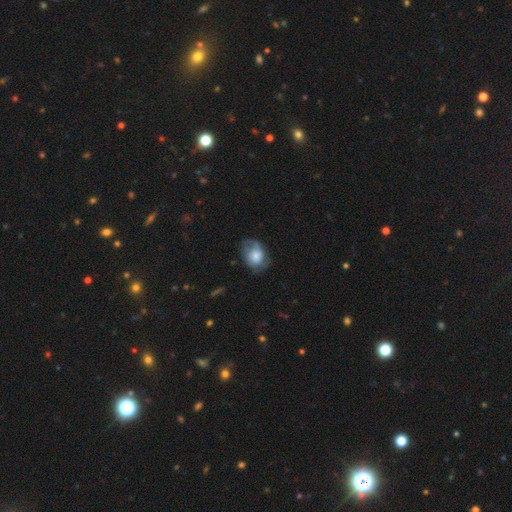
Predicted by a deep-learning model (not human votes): Smooth or featured? Predicted: smooth (p=0.60). How rounded? Predicted: in between (p=0.68). Merging? Predicted: none (p=0.50).